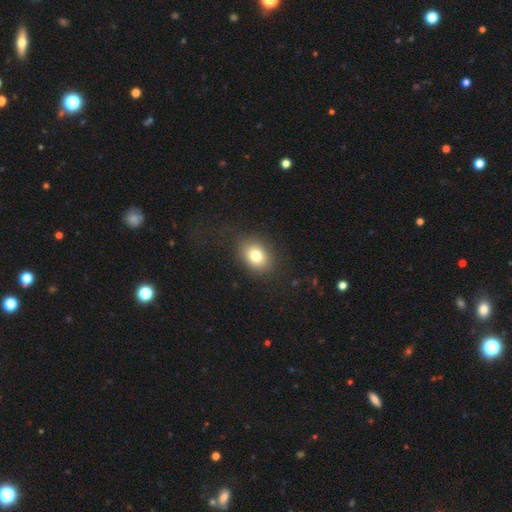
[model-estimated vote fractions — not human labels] Smooth or featured?
  - smooth: 78% *
  - featured or disk: 12%
  - star or artifact: 11%
How rounded?
  - in between: 66% *
  - round: 33%
  - cigar-shaped: 1%
Merging?
  - none: 81% *
  - minor disturbance: 12%
  - major disturbance: 6%
  - merger: 1%